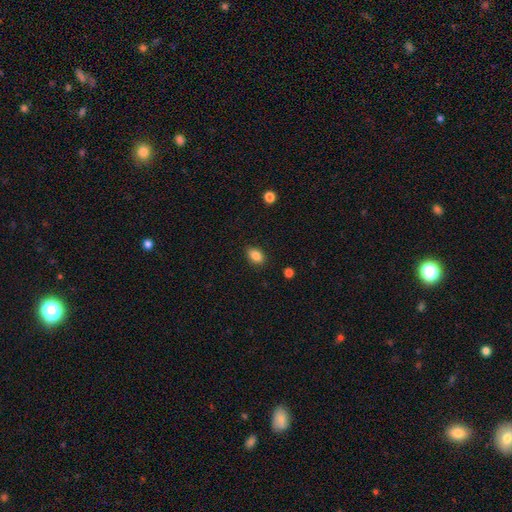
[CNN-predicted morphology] Smooth or featured? Predicted: smooth (p=0.87). How rounded? Predicted: in between (p=0.85). Merging? Predicted: none (p=0.86).